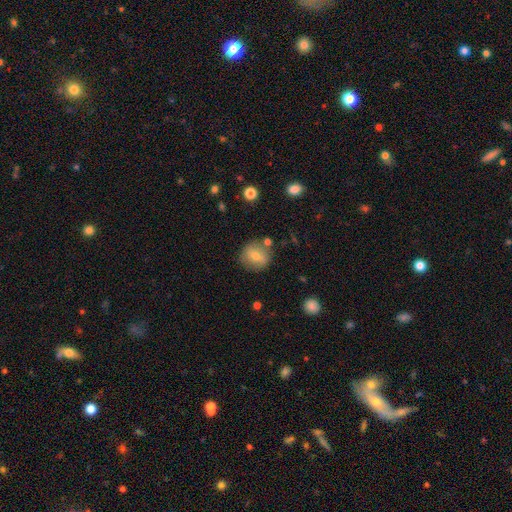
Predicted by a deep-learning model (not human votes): This is likely a smooth galaxy (67%). How rounded: clearly round (87%). Merging: clearly none (80%).